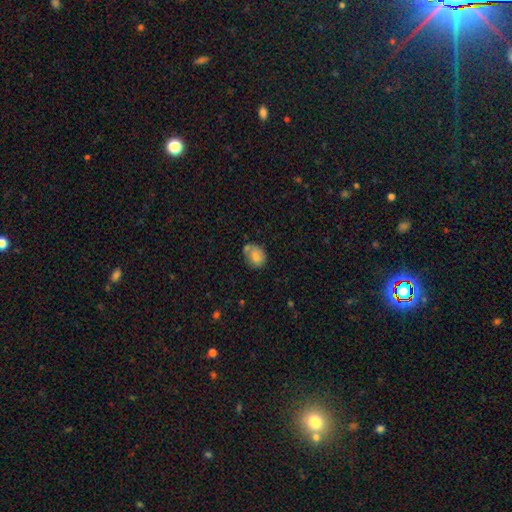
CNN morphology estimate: Q: Smooth or featured?
A: smooth (77%); runner-up: featured or disk (14%)
Q: How rounded?
A: in between (61%); runner-up: round (38%)
Q: Merging?
A: none (55%); runner-up: minor disturbance (24%)